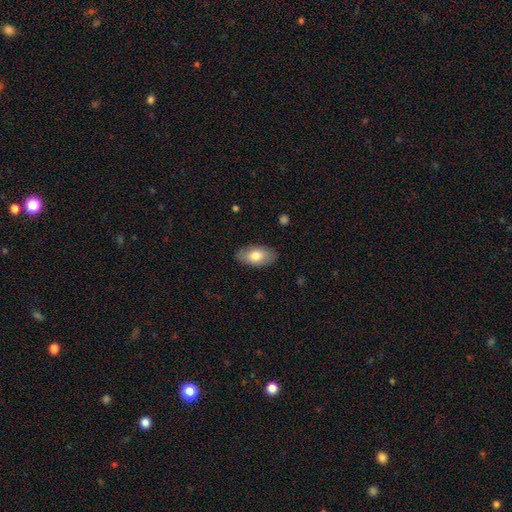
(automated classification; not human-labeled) This appears to be a smooth galaxy with no disk features (75%) that is in between round and cigar-shaped (93%). Merging: none (86%).